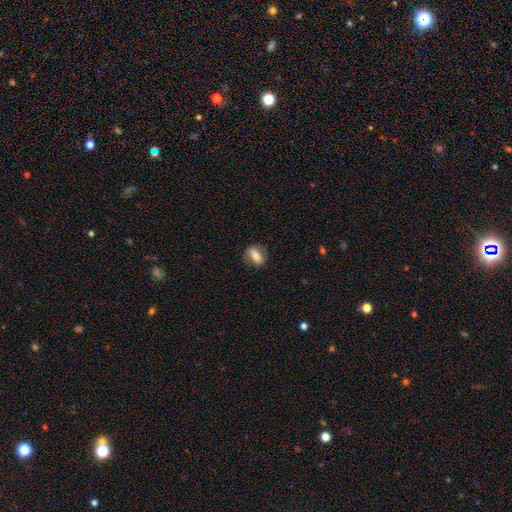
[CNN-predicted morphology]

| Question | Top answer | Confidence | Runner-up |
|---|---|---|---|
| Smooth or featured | smooth | 64% | featured or disk (28%) |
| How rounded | in between | 73% | round (18%) |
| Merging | none | 78% | minor disturbance (16%) |